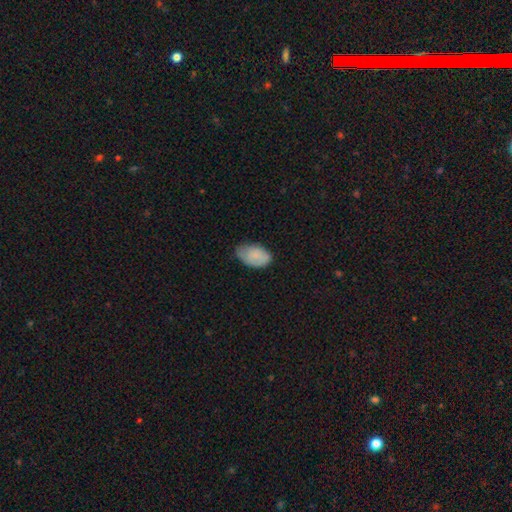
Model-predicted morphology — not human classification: type=smooth (81%); roundness=in between (92%); merging=none (58%).